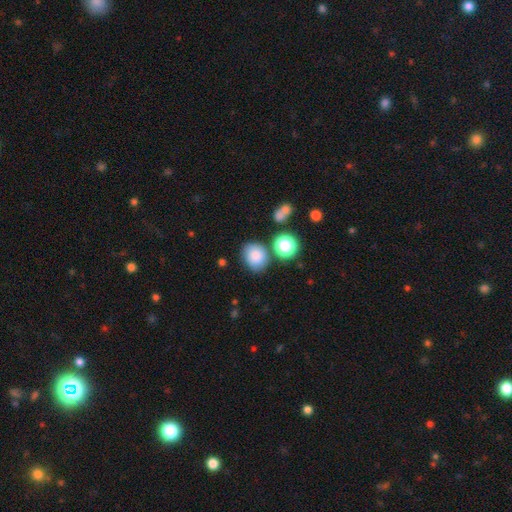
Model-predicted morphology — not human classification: Smooth or featured?
  - smooth: 81% *
  - star or artifact: 11%
  - featured or disk: 8%
How rounded?
  - round: 62% *
  - in between: 37%
  - cigar-shaped: 1%
Merging?
  - none: 69% *
  - minor disturbance: 16%
  - merger: 9%
  - major disturbance: 5%